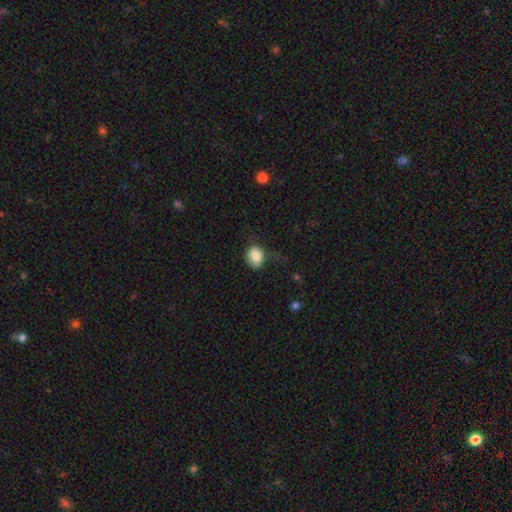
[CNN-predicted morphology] This is clearly a smooth galaxy (84%). How rounded: likely in between (63%). Merging: possibly none (47%).